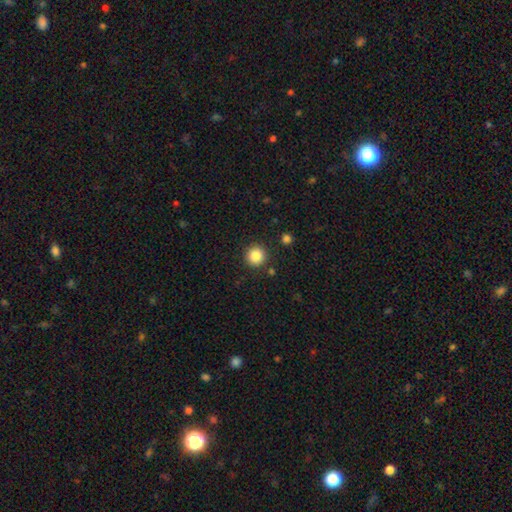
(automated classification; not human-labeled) A smooth galaxy with no disk features (86%) that is round (95%). Merging: none (90%).